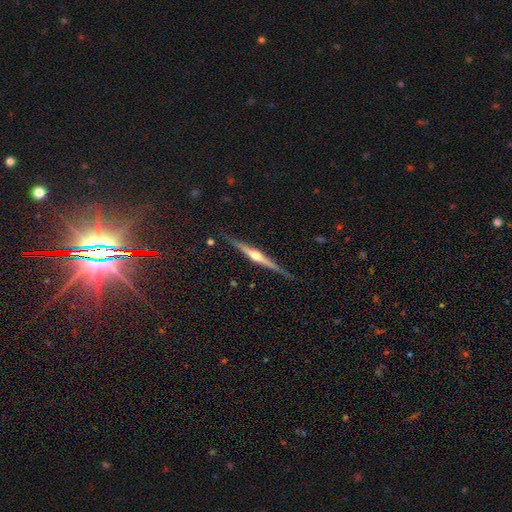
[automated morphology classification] This appears to be a featured or disk galaxy (82%) viewed edge-on (98%) with a rounded central bulge (92%). Merging: none (87%).